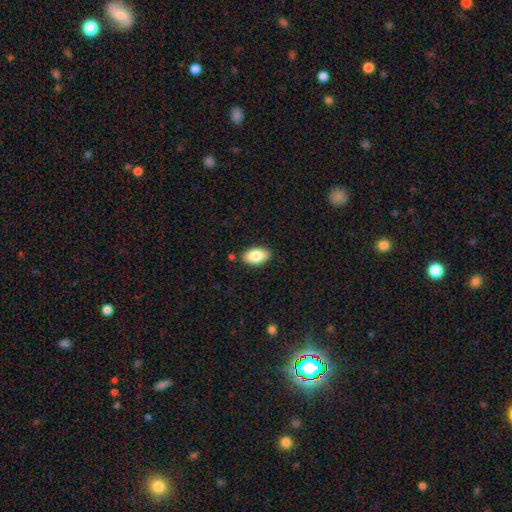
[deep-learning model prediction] A smooth galaxy with no disk features (83%) that is in between round and cigar-shaped (94%).

Vote fractions:
- Smooth or featured? smooth: 83% / featured or disk: 10% / star or artifact: 7%
- How rounded? in between: 94% / round: 4% / cigar-shaped: 2%
- Merging? none: 86% / minor disturbance: 10% / major disturbance: 2% / merger: 2%